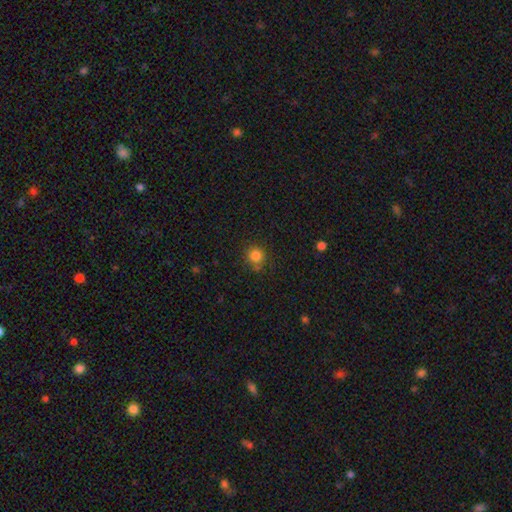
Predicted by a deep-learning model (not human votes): A smooth galaxy with no disk features (83%) that is round (91%). Merging: none (79%).